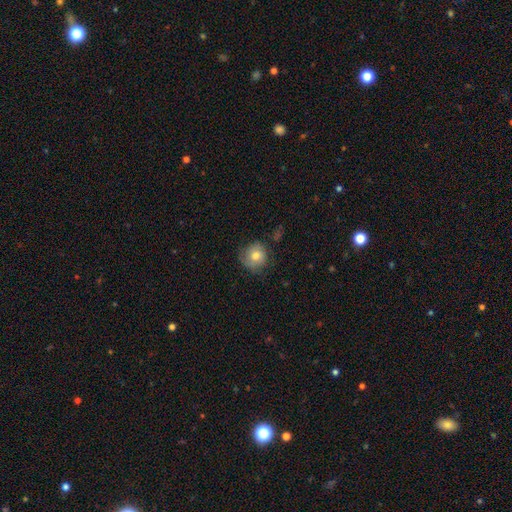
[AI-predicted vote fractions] Smooth or featured? smooth (67%)
How rounded? round (88%)
Merging? none (68%)